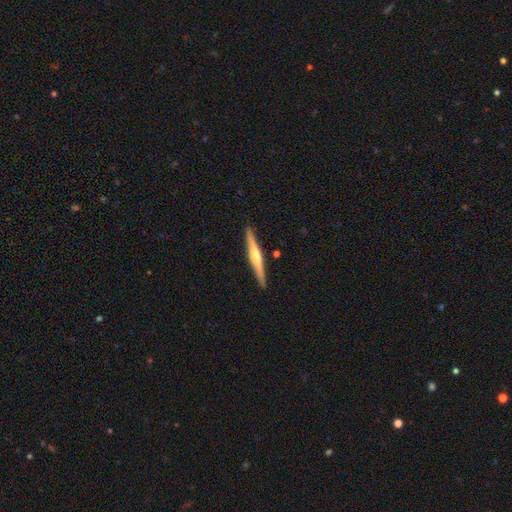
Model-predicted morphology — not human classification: This appears to be a featured or disk galaxy (68%) viewed edge-on (98%) with a rounded central bulge (80%). Merging: none (90%).